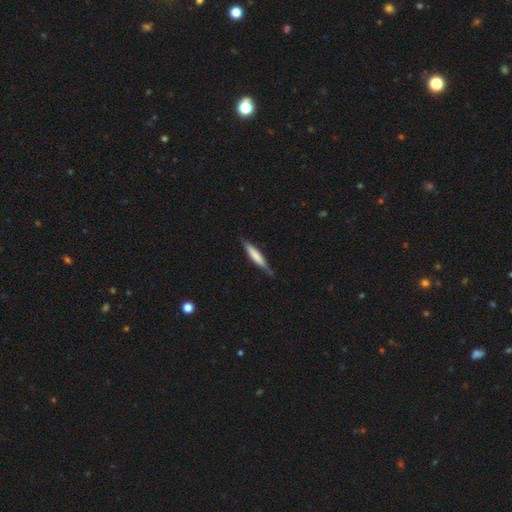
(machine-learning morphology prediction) A smooth galaxy with no disk features (66%) that is cigar-shaped (88%). Merging: none (76%).